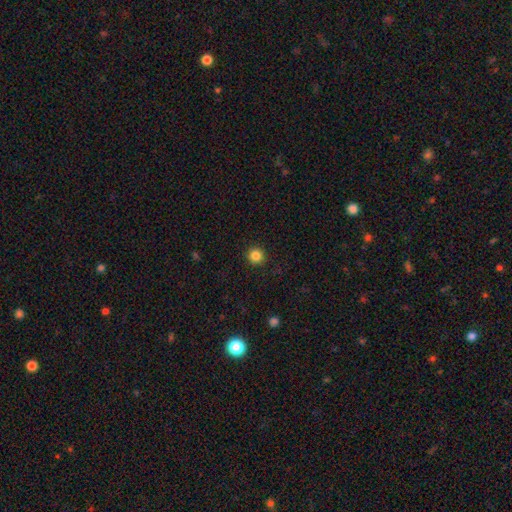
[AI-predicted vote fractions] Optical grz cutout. It shows a smooth galaxy with no disk features (84%) that is round (96%). Merging: none (93%).